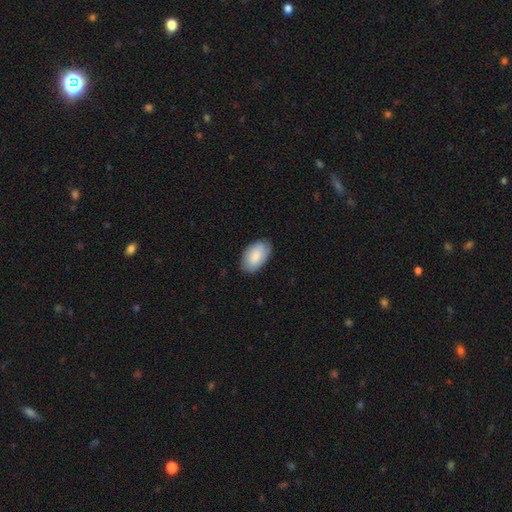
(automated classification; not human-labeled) Smooth or featured? smooth (84%)
How rounded? in between (95%)
Merging? none (83%)